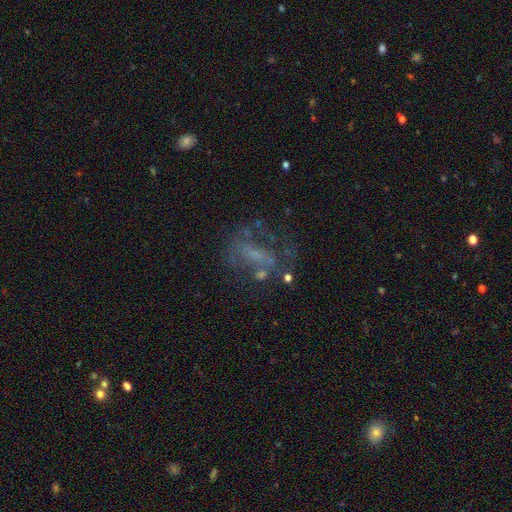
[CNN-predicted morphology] This appears to be a featured or disk galaxy (54%) with no bar (58%), no spiral arms (65%) and no central bulge (51%). Merging: none (44%).